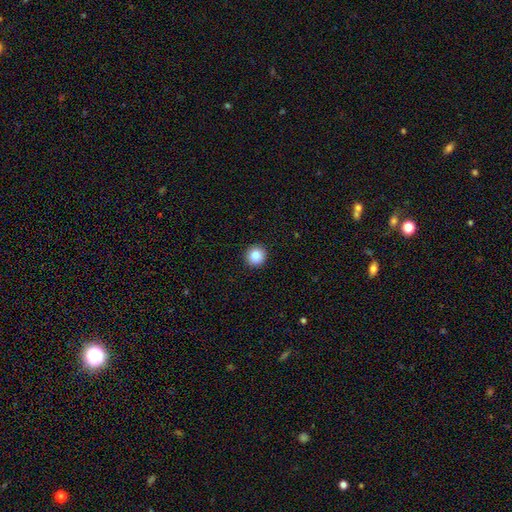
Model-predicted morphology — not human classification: This appears to be a smooth galaxy with no disk features (87%) that is round (94%). Merging: none (93%).